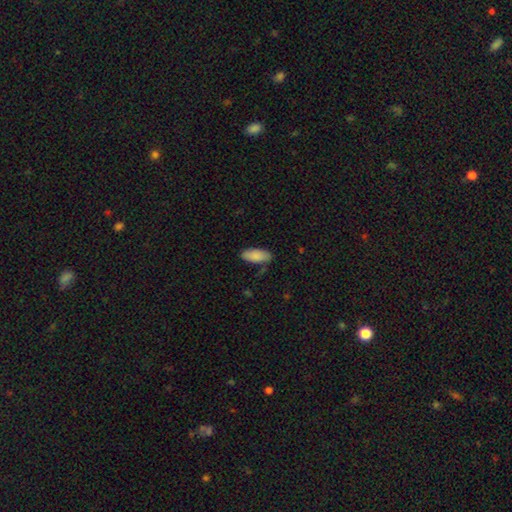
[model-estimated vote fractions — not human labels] Overall: smooth (88%). How rounded: in between (87%). Merging: none (81%).